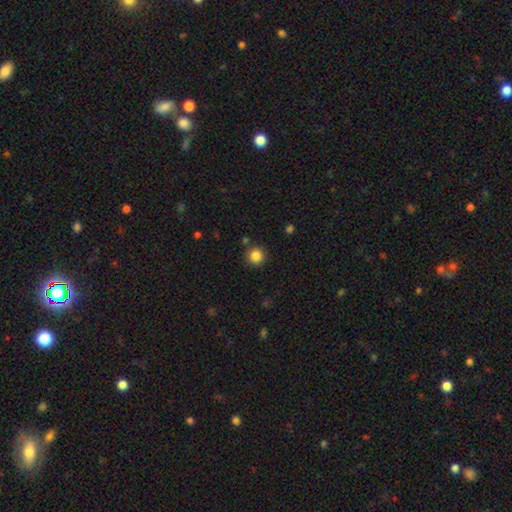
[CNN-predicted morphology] smooth-or-featured: smooth: 85% | star or artifact: 11% | featured or disk: 4%
  how-rounded: round: 94% | in between: 5% | cigar-shaped: 1%
  merging: none: 88% | minor disturbance: 7% | merger: 3% | major disturbance: 2%